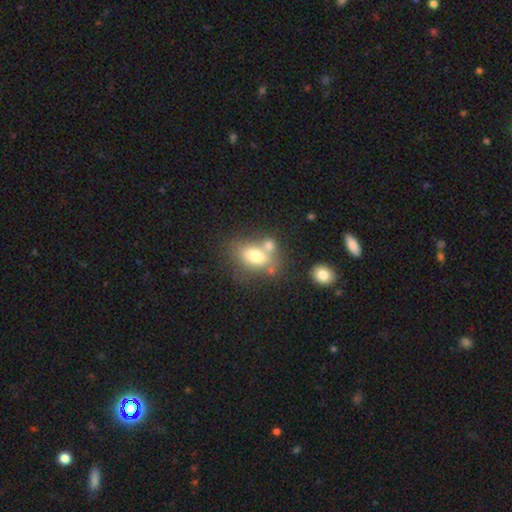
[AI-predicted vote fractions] This appears to be a smooth galaxy with no disk features (73%) that is in between round and cigar-shaped (81%). Merging: none (42%).